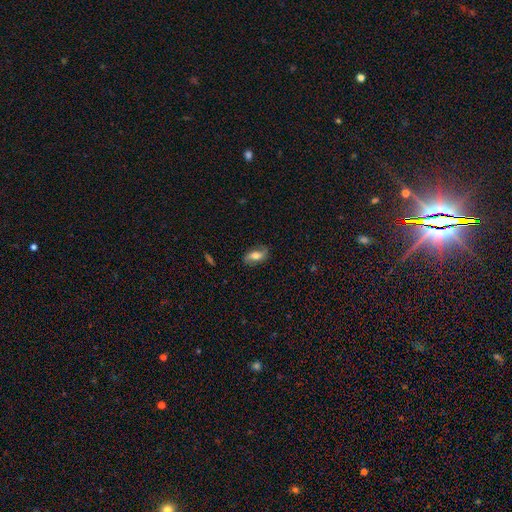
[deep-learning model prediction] This is possibly a smooth galaxy (50%). Merging: likely none (78%).